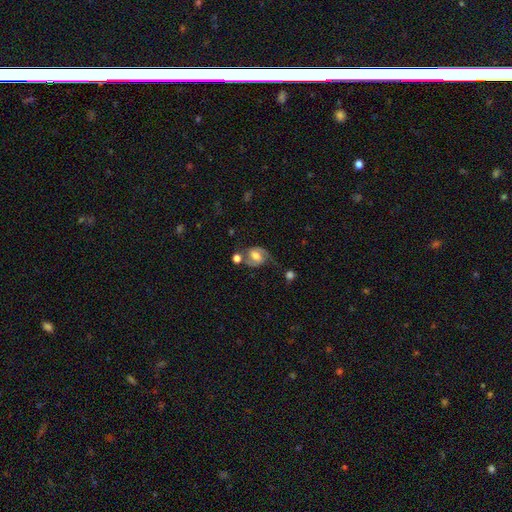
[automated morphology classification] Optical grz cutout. It shows a featured or disk galaxy (62%) with a weak bar (45%), 2 (84%) medium (48%) spiral arms (87%) and a moderate central bulge (53%). Merging: none (47%).